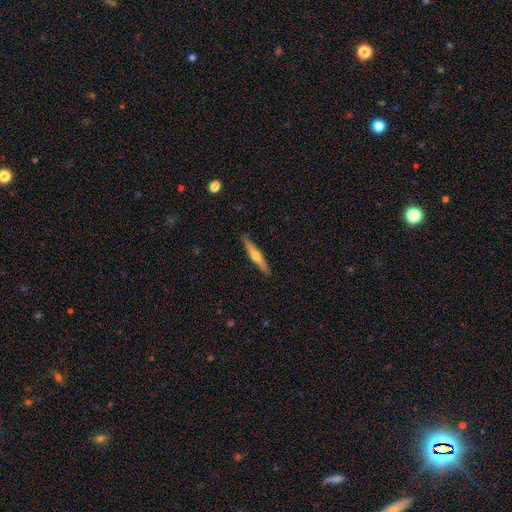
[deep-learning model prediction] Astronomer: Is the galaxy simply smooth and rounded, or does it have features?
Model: featured or disk — 53% (runner-up: smooth, 41%).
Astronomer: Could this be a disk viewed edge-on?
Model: yes — 96%.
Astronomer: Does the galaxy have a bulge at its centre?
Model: rounded — 85%.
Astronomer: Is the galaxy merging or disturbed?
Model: none — 89%.